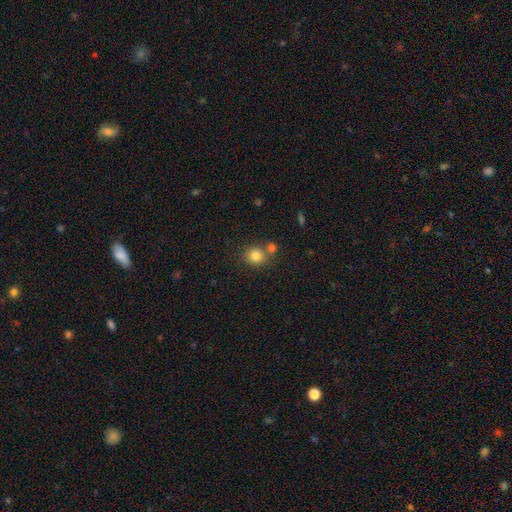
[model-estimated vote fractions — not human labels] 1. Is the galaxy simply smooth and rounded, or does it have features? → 82% smooth, 11% star or artifact, 7% featured or disk.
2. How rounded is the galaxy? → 83% round, 16% in between, 1% cigar-shaped.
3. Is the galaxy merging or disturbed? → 63% none, 25% merger, 9% minor disturbance, 3% major disturbance.